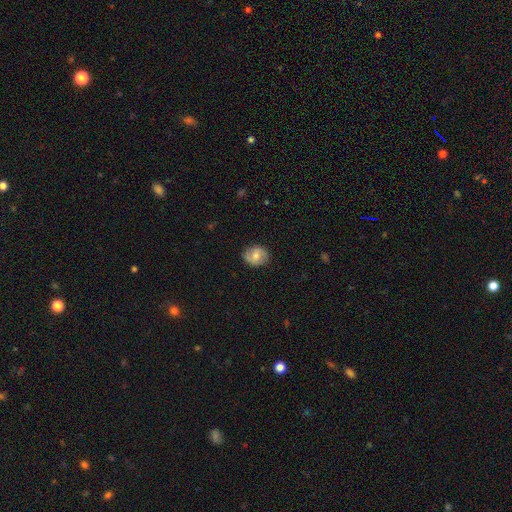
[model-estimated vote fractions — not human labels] smooth-or-featured: smooth: 51% | featured or disk: 41% | star or artifact: 8%
  how-rounded: round: 57% | in between: 42% | cigar-shaped: 1%
  merging: none: 83% | minor disturbance: 13% | major disturbance: 3% | merger: 1%